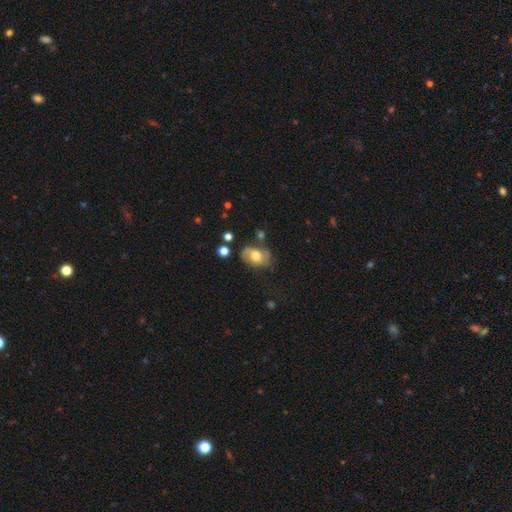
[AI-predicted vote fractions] Smooth or featured: smooth — 49% (featured or disk — 42%)
Merging: none — 57% (minor disturbance — 25%)